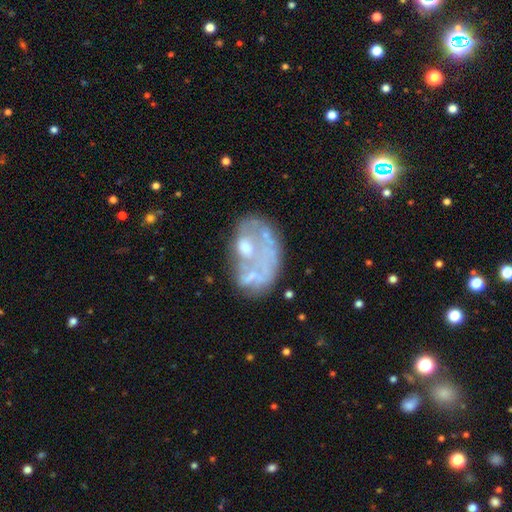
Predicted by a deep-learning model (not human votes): smooth-or-featured: featured or disk: 59% | smooth: 29% | star or artifact: 12%
  disk-edge-on: no: 97% | yes: 3%
    bar: no: 91% | weak: 7% | strong: 2%
    has-spiral-arms: no: 86% | yes: 14%
    bulge-size: none: 44% | moderate: 29% | small: 21% | large: 4% | dominant: 2%
  merging: none: 36% | major disturbance: 26% | minor disturbance: 20% | merger: 17%